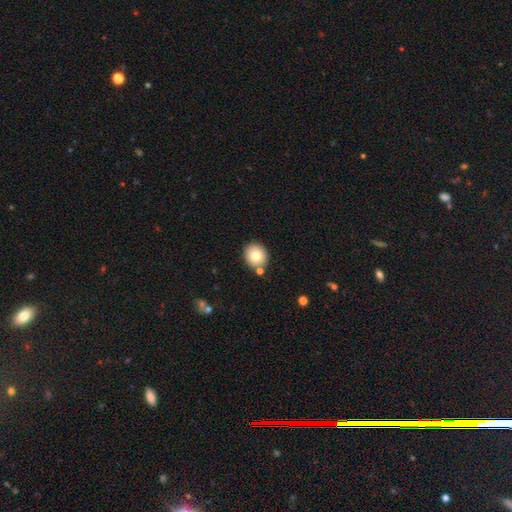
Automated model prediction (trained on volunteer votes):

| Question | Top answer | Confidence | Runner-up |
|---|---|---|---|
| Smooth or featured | smooth | 78% | featured or disk (12%) |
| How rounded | round | 85% | in between (14%) |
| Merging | none | 80% | merger (9%) |